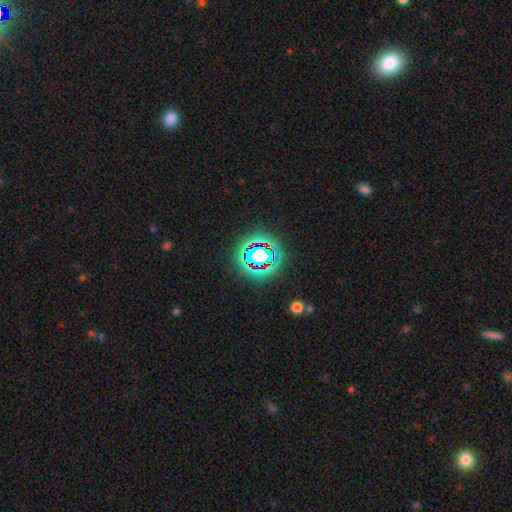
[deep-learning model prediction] smooth-or-featured: star or artifact: 63% | smooth: 23% | featured or disk: 14%